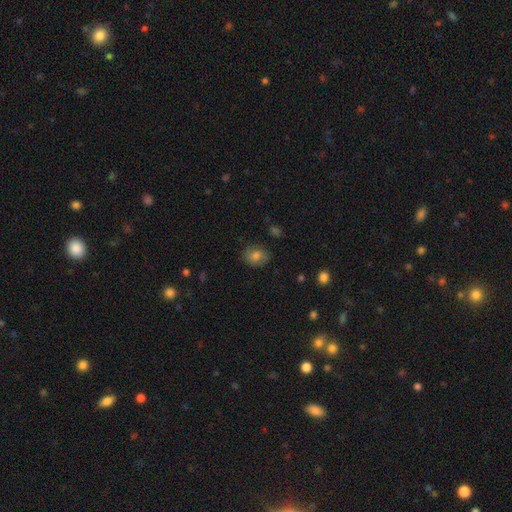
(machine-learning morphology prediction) smooth-or-featured: smooth: 77% | featured or disk: 13% | star or artifact: 10%
  how-rounded: round: 51% | in between: 47% | cigar-shaped: 1%
  merging: none: 82% | minor disturbance: 13% | major disturbance: 3% | merger: 1%